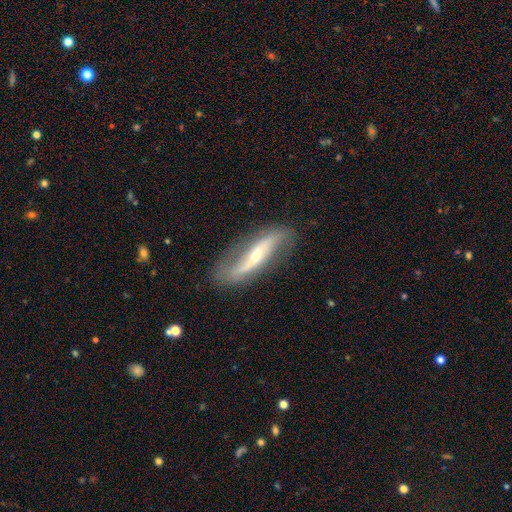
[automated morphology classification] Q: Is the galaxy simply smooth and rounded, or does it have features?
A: featured or disk — 81%.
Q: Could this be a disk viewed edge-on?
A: no — 78%.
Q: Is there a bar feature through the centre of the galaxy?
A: strong — 44%.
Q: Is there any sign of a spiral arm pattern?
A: yes — 90%.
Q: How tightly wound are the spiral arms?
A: loose — 83%.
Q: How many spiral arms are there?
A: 2 — 90%.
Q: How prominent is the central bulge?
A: small — 56%.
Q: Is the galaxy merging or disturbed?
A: none — 74%.